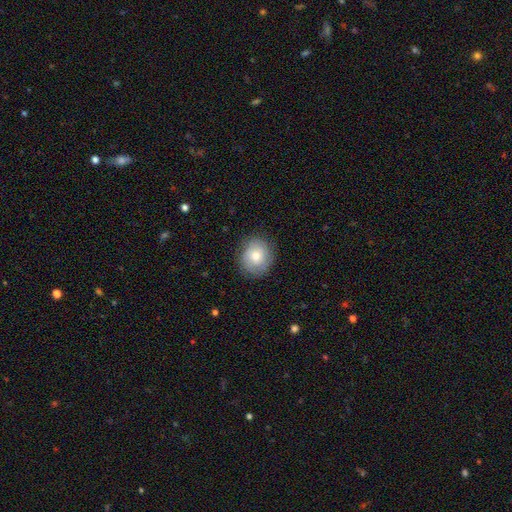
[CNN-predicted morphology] smooth-or-featured: smooth: 67% | featured or disk: 24% | star or artifact: 8%
  how-rounded: round: 78% | in between: 22% | cigar-shaped: 1%
  merging: none: 81% | minor disturbance: 14% | major disturbance: 4% | merger: 1%